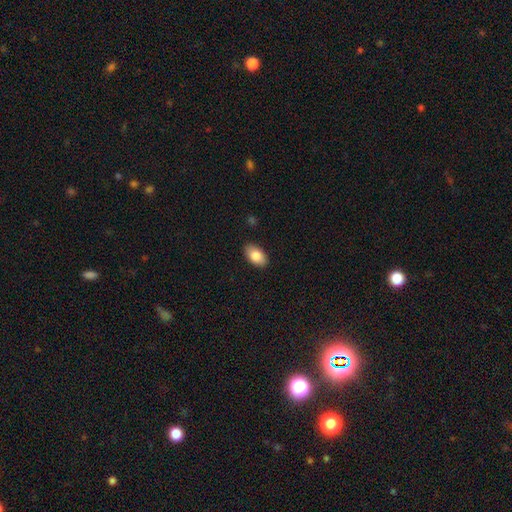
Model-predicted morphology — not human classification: smooth 86%, featured or disk 7%, star or artifact 7%. Down the decision tree: how rounded — in between (94%); merging — none (88%).